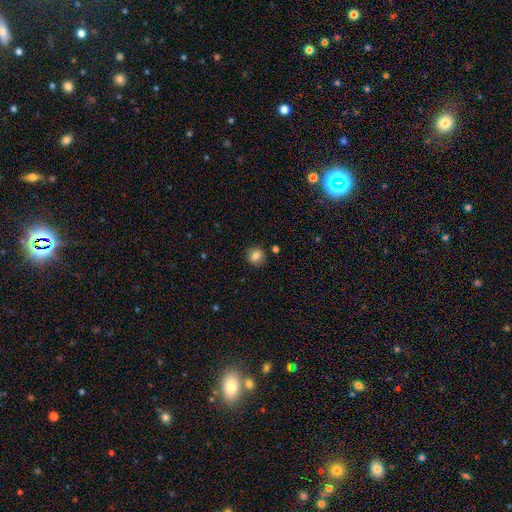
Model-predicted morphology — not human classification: The model was most divided on "how rounded": round: 81%, in between: 18%, cigar-shaped: 1%. More confident: merging — none (85%); smooth or featured — smooth (81%).